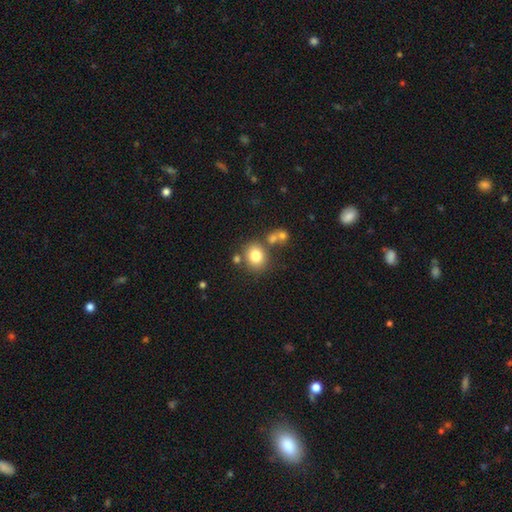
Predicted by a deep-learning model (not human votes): Smooth or featured? Predicted: smooth (p=0.79). How rounded? Predicted: round (p=0.71). Merging? Predicted: none (p=0.68).